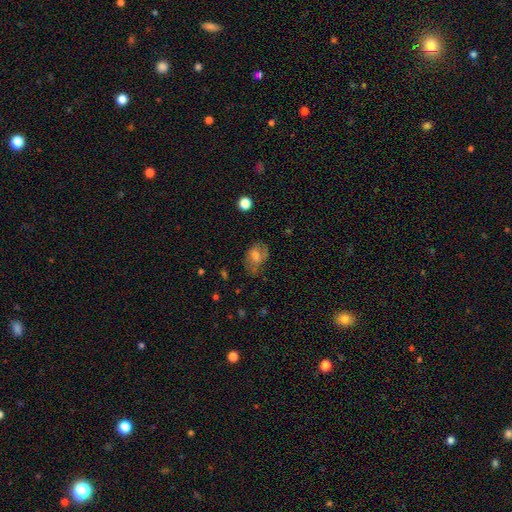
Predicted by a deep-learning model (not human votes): Overall: smooth (52%; featured or disk 35%). How rounded: in between (76%). Merging: none (58%; minor disturbance 25%).